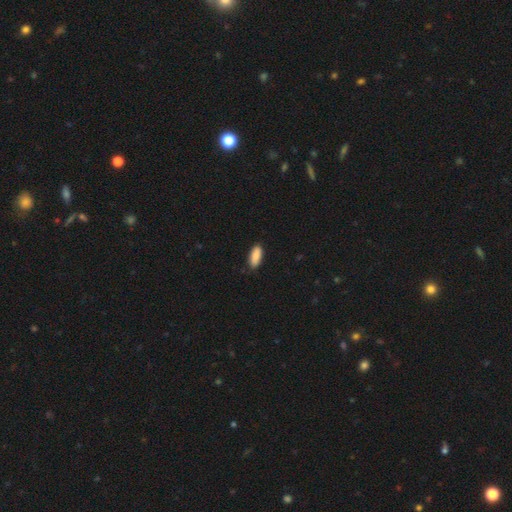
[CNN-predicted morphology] type=smooth (90%); roundness=in between (82%); merging=none (84%).